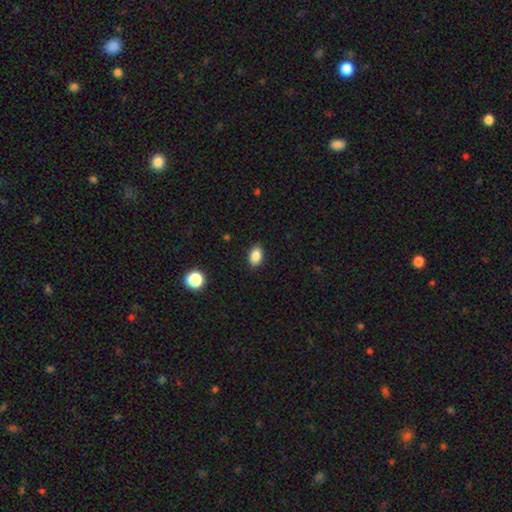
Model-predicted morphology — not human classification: The model was most divided on "how rounded": in between: 87%, round: 11%, cigar-shaped: 2%. More confident: merging — none (89%); smooth or featured — smooth (87%).